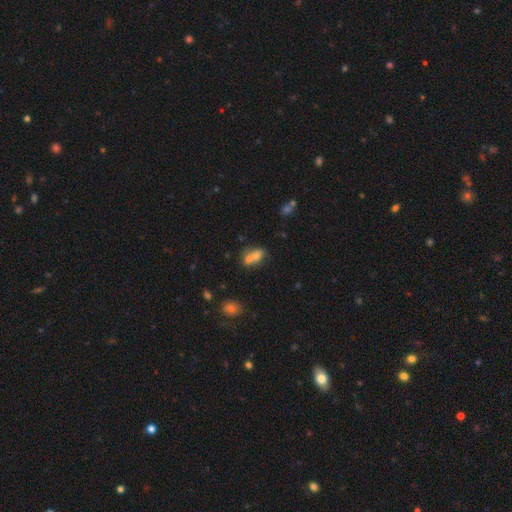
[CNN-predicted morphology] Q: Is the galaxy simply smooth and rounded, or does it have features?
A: smooth — 67%.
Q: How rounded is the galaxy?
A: in between — 57%.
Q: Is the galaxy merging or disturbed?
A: merger — 66%.